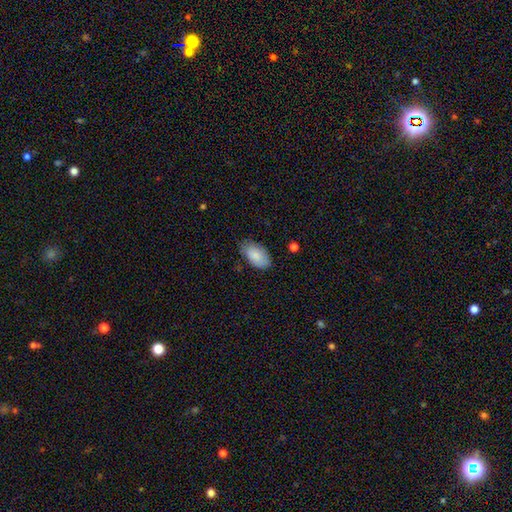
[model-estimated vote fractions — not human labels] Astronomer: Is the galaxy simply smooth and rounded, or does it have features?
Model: smooth — 88%.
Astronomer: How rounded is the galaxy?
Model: in between — 95%.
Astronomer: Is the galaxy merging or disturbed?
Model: none — 74%.